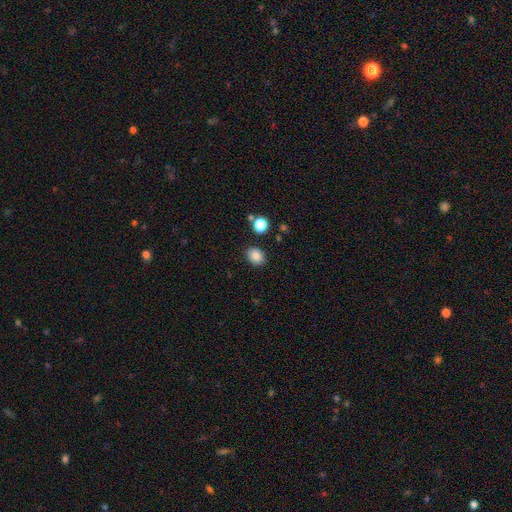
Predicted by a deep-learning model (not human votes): Smooth or featured? Predicted: smooth (p=0.84). How rounded? Predicted: in between (p=0.55). Merging? Predicted: none (p=0.85).